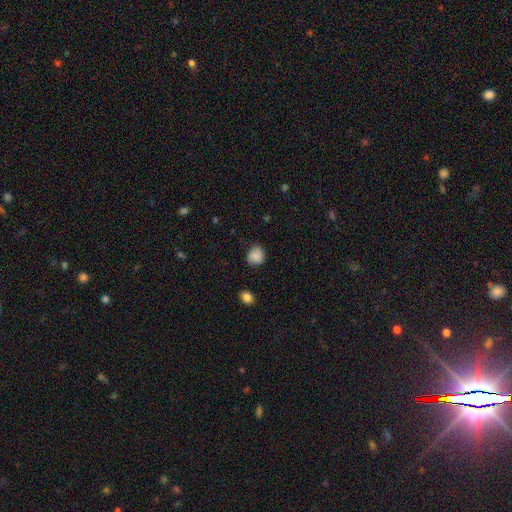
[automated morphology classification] smooth-or-featured: smooth: 86% | star or artifact: 9% | featured or disk: 5%
  how-rounded: round: 73% | in between: 27% | cigar-shaped: 1%
  merging: none: 73% | minor disturbance: 21% | major disturbance: 4% | merger: 1%